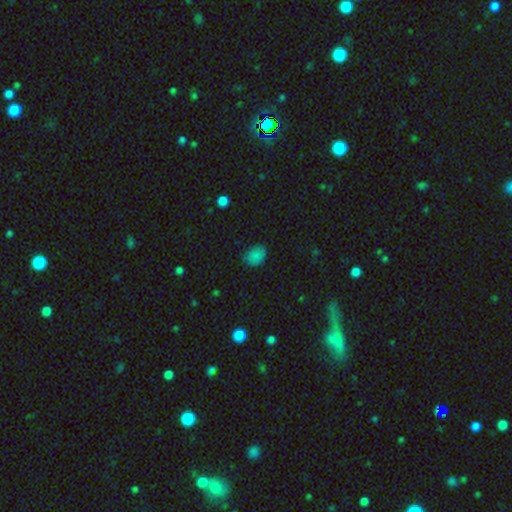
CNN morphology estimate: A smooth galaxy with no disk features (82%) that is in between round and cigar-shaped (68%).

Vote fractions:
- Smooth or featured? smooth: 82% / star or artifact: 14% / featured or disk: 4%
- How rounded? in between: 68% / round: 31% / cigar-shaped: 1%
- Merging? none: 76% / minor disturbance: 19% / major disturbance: 4% / merger: 1%